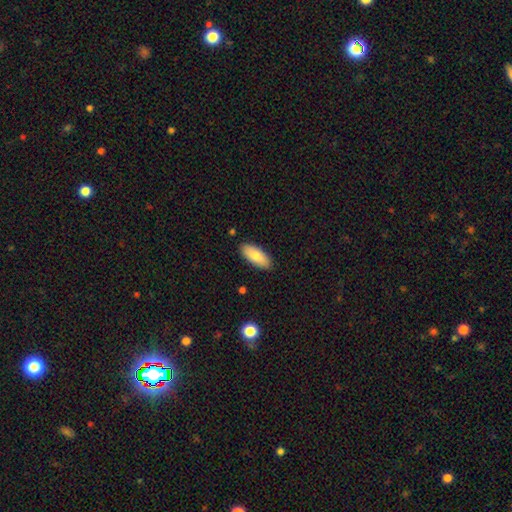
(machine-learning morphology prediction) smooth-or-featured: smooth: 82% | featured or disk: 12% | star or artifact: 6%
  how-rounded: in between: 84% | cigar-shaped: 15% | round: 2%
  merging: none: 88% | minor disturbance: 9% | major disturbance: 2% | merger: 1%